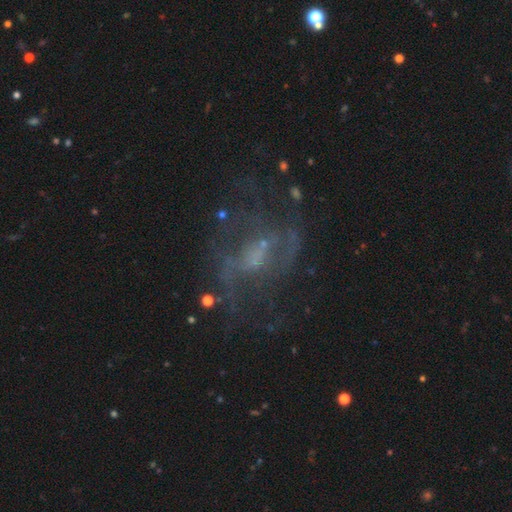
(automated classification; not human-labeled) Smooth or featured?
  - featured or disk: 68% *
  - star or artifact: 19%
  - smooth: 13%
Edge-on disk?
  - no: 94% *
  - yes: 6%
Bar?
  - weak: 41% *
  - no: 40%
  - strong: 18%
Spiral arms?
  - yes: 62% *
  - no: 38%
Bulge size?
  - small: 41% *
  - none: 34%
  - moderate: 20%
  - large: 3%
  - dominant: 1%
Merging?
  - none: 56% *
  - major disturbance: 24%
  - minor disturbance: 16%
  - merger: 3%